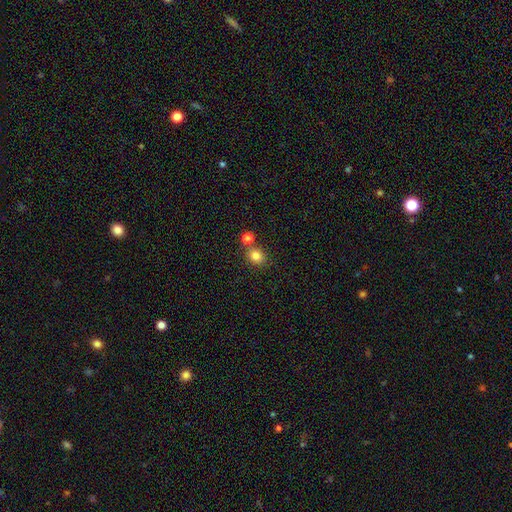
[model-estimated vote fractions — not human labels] smooth 82%, star or artifact 12%, featured or disk 6%. Down the decision tree: how rounded — round (65%); merging — none (69%).